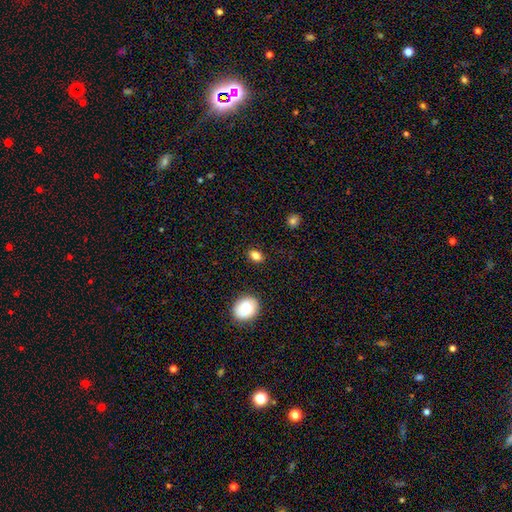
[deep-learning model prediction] Smooth or featured: smooth — 83% (star or artifact — 11%)
How rounded: in between — 66% (round — 32%)
Merging: none — 87% (minor disturbance — 9%)